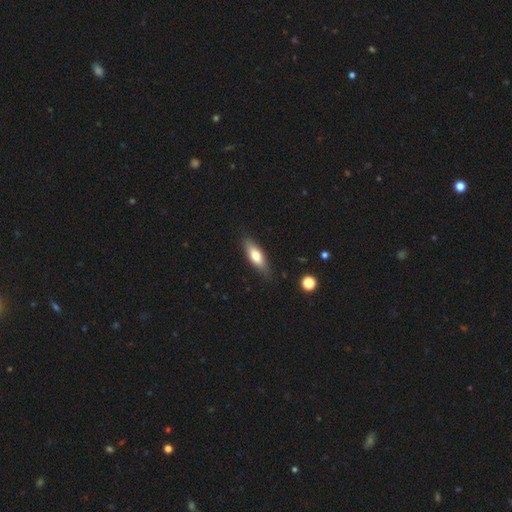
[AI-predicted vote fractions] smooth 69%, featured or disk 25%, star or artifact 6%. Down the decision tree: how rounded — in between (58%); merging — none (81%).